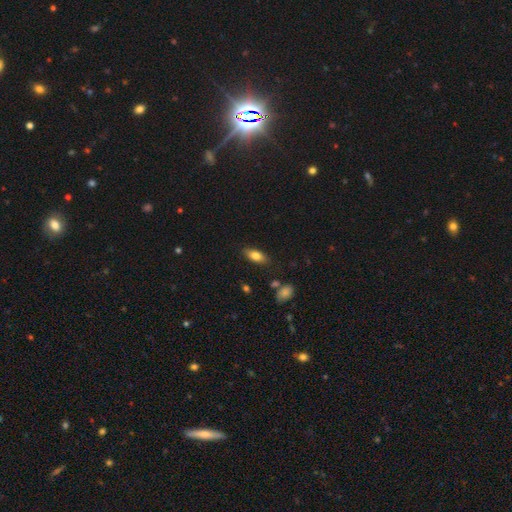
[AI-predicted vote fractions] This is likely a smooth galaxy (78%). How rounded: clearly in between (83%). Merging: clearly none (83%).